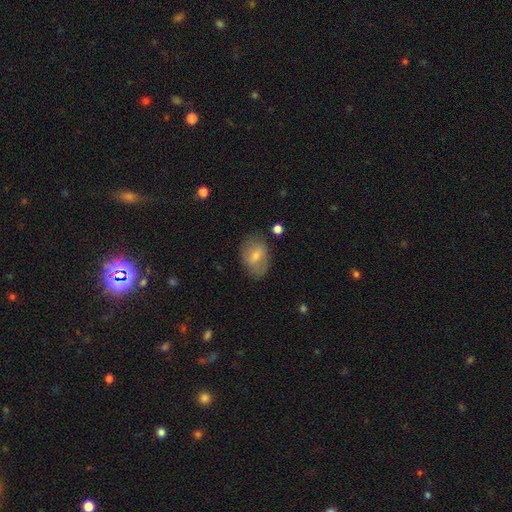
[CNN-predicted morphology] Smooth or featured?
  - smooth: 58% *
  - featured or disk: 33%
  - star or artifact: 9%
How rounded?
  - in between: 77% *
  - round: 21%
  - cigar-shaped: 2%
Merging?
  - none: 74% *
  - minor disturbance: 19%
  - major disturbance: 6%
  - merger: 2%